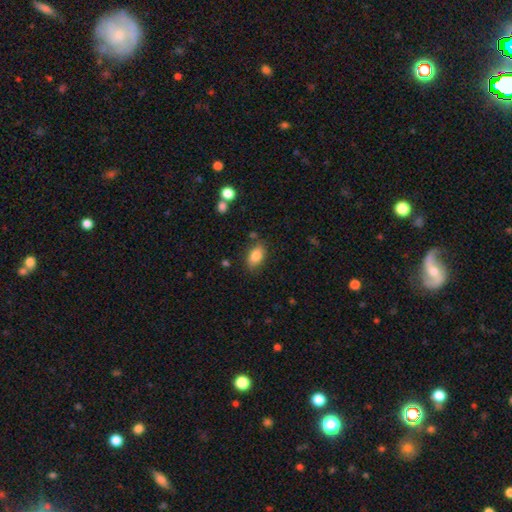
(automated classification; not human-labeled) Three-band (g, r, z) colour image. It shows a smooth galaxy with no disk features (84%) that is in between round and cigar-shaped (89%). Merging: none (80%).